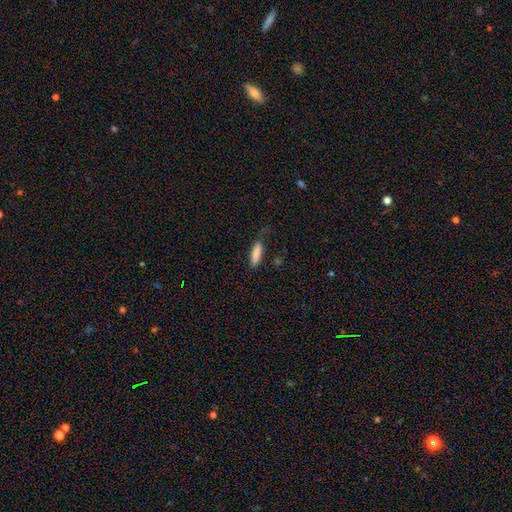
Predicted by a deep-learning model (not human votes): A smooth galaxy with no disk features (85%) that is cigar-shaped (65%).

Vote fractions:
- Smooth or featured? smooth: 85% / featured or disk: 8% / star or artifact: 7%
- How rounded? cigar-shaped: 65% / in between: 33% / round: 2%
- Merging? none: 73% / minor disturbance: 19% / major disturbance: 6% / merger: 2%